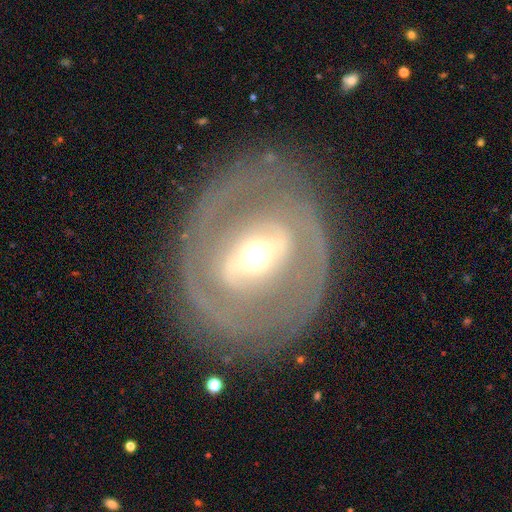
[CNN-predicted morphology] Smooth or featured: featured or disk — 76% (smooth — 18%)
Edge-on disk: no — 92% (yes — 8%)
Bar: strong — 49% (weak — 31%)
Spiral arms: no — 52% (yes — 48%)
Bulge size: moderate — 61% (small — 24%)
Merging: none — 77% (minor disturbance — 13%)